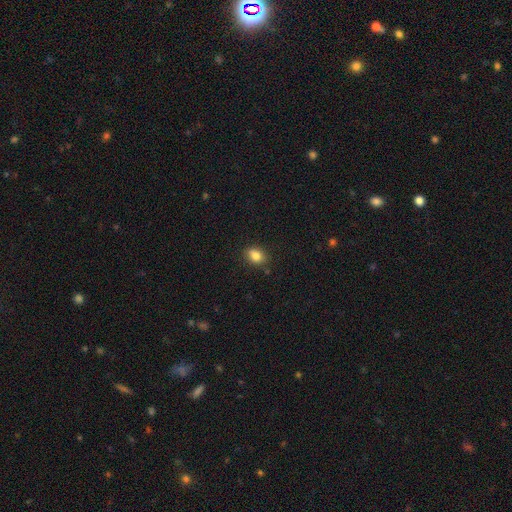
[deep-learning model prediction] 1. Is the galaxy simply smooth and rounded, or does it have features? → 84% smooth, 10% star or artifact, 6% featured or disk.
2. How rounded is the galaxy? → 68% in between, 31% round, 1% cigar-shaped.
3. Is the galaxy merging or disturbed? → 84% none, 12% minor disturbance, 3% major disturbance, 2% merger.